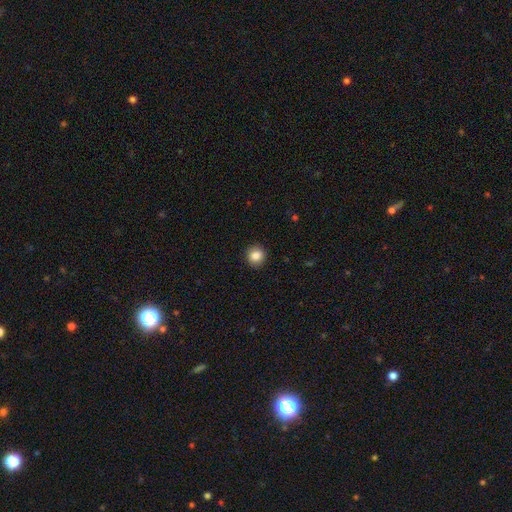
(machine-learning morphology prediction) A smooth galaxy with no disk features (86%) that is round (88%). Merging: none (91%).